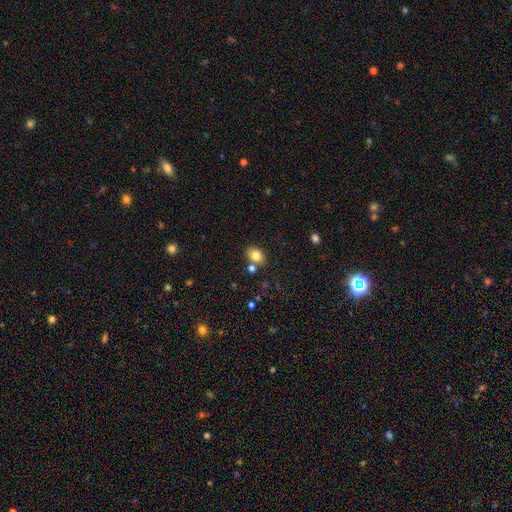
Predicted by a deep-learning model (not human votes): smooth_or_featured: smooth (p=0.81) [alt: star or artifact p=0.10]
how_rounded: in between (p=0.59) [alt: round p=0.40]
merging: none (p=0.71) [alt: merger p=0.14]